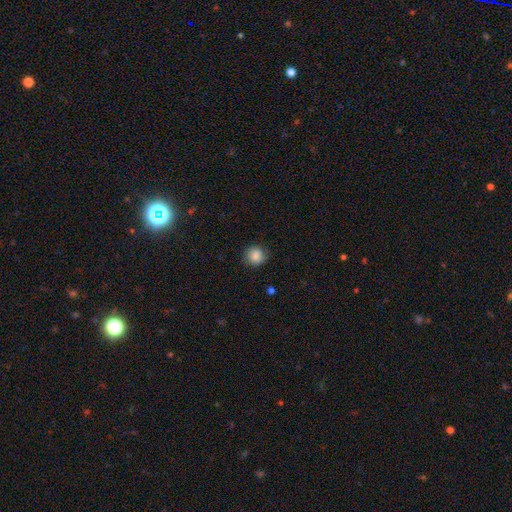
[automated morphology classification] A smooth galaxy with no disk features (86%) that is round (88%). Merging: none (84%).